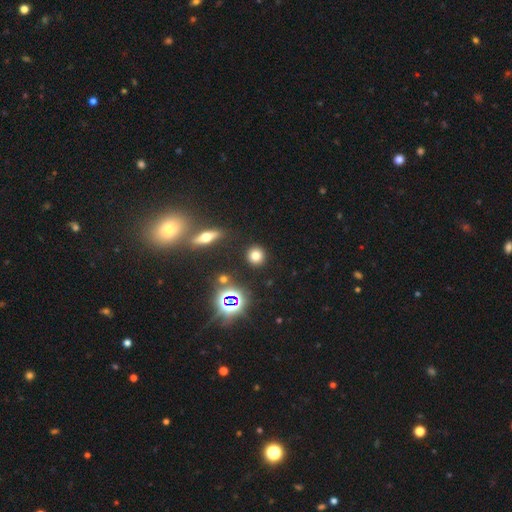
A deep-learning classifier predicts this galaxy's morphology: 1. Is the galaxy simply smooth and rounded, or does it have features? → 71% smooth, 20% star or artifact, 9% featured or disk.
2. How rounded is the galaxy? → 89% round, 9% in between, 2% cigar-shaped.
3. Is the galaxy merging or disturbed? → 89% none, 6% minor disturbance, 2% major disturbance, 2% merger.